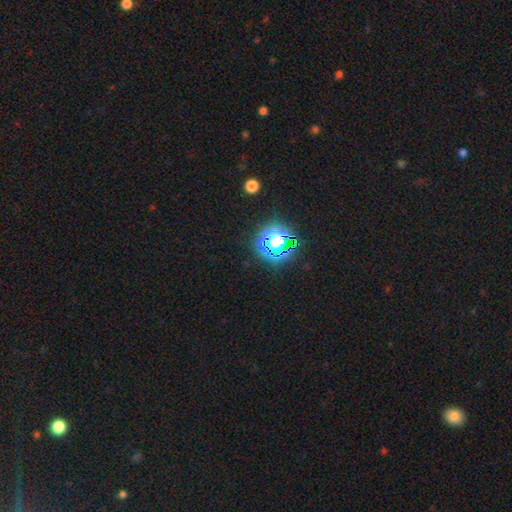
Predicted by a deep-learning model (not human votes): Smooth or featured: star or artifact — 77% (smooth — 16%)